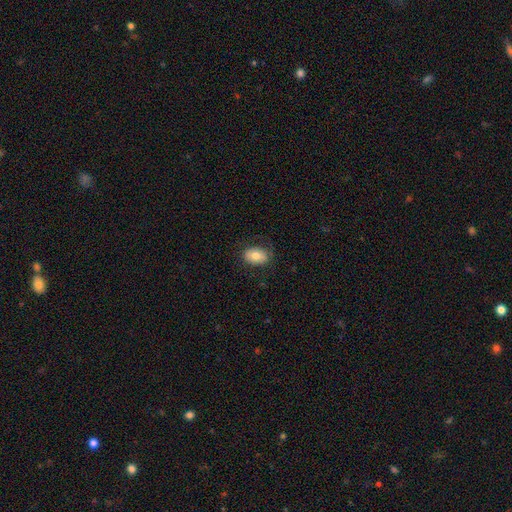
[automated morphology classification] Overall: smooth (76%). How rounded: in between (81%). Merging: none (79%).